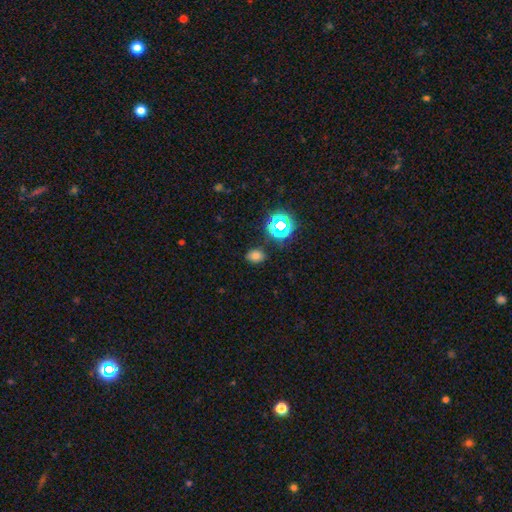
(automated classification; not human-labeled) smooth 71%, star or artifact 22%, featured or disk 7%. Down the decision tree: how rounded — in between (65%); merging — none (83%).